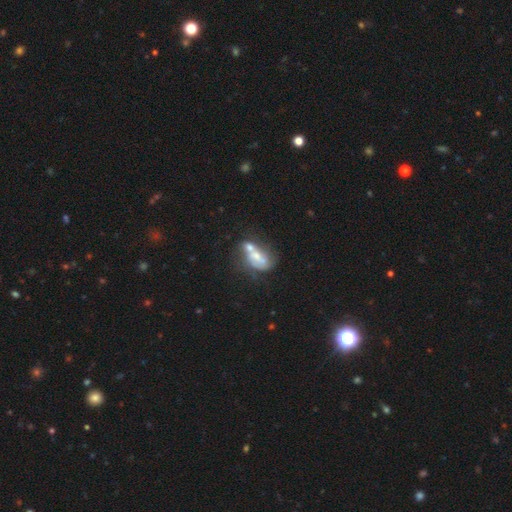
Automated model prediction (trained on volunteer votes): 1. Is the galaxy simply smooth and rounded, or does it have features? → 51% featured or disk, 39% smooth, 10% star or artifact.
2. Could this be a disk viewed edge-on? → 94% no, 6% yes.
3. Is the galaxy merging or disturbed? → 53% merger, 21% none, 14% major disturbance, 13% minor disturbance.